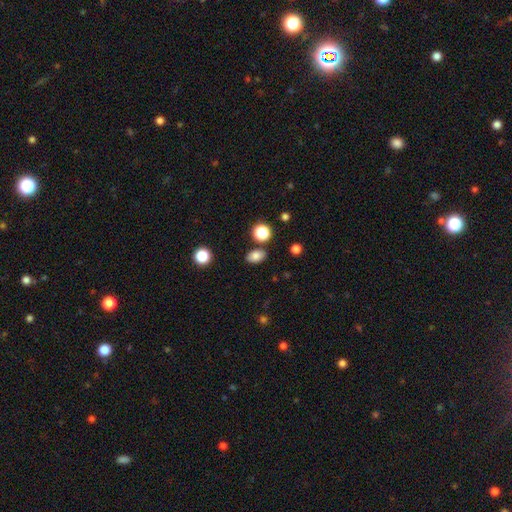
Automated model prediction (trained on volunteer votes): This appears to be a smooth galaxy with no disk features (81%) that is in between round and cigar-shaped (80%). Merging: none (81%).